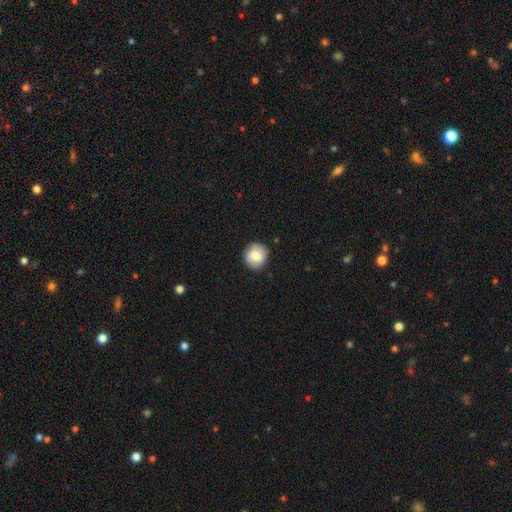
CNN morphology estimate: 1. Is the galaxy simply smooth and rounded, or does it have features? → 78% smooth, 15% featured or disk, 7% star or artifact.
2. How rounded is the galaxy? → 87% round, 12% in between, 1% cigar-shaped.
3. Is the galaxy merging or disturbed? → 88% none, 9% minor disturbance, 2% major disturbance, 1% merger.